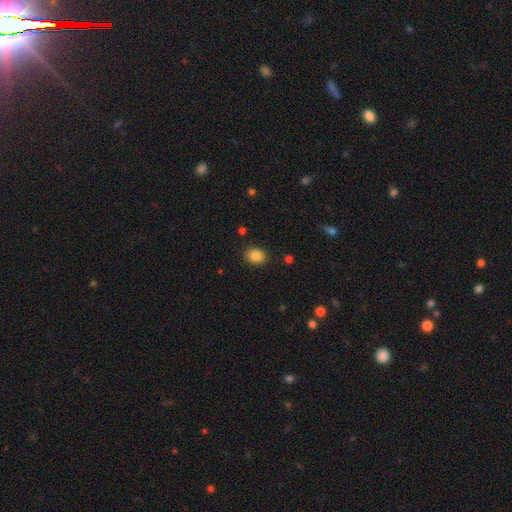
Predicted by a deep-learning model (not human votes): This appears to be a smooth galaxy with no disk features (86%) that is in between round and cigar-shaped (67%). Merging: none (87%).